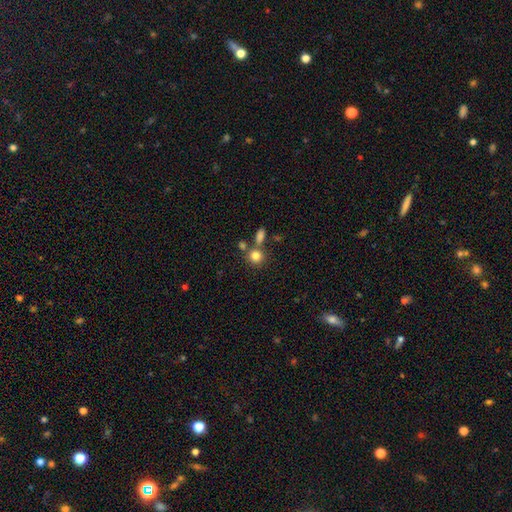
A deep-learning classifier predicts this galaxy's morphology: smooth-or-featured: smooth: 80% | star or artifact: 12% | featured or disk: 8%
  how-rounded: round: 86% | in between: 13% | cigar-shaped: 1%
  merging: none: 63% | merger: 23% | minor disturbance: 9% | major disturbance: 4%